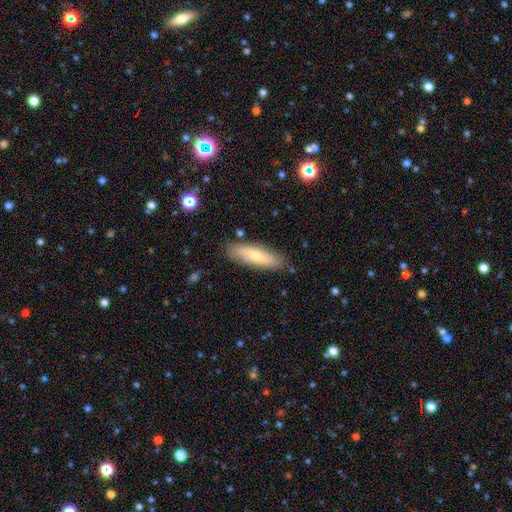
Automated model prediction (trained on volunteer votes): smooth-or-featured: smooth: 59% | featured or disk: 35% | star or artifact: 6%
  how-rounded: cigar-shaped: 53% | in between: 45% | round: 2%
  merging: none: 83% | minor disturbance: 13% | major disturbance: 2% | merger: 2%